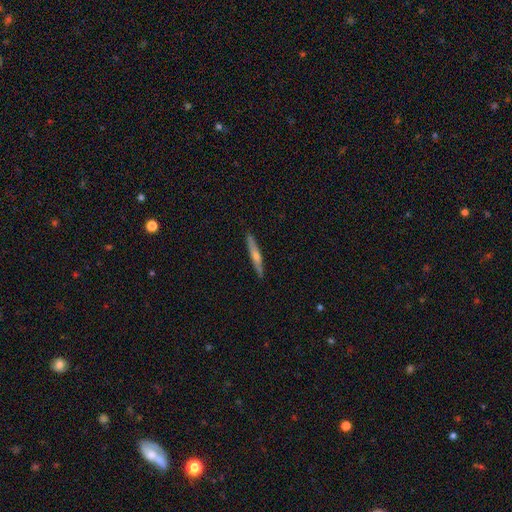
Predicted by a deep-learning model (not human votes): Q: Smooth or featured?
A: featured or disk (65%); runner-up: smooth (28%)
Q: Edge-on disk?
A: yes (96%); runner-up: no (4%)
Q: Edge-on bulge?
A: rounded (81%); runner-up: none (14%)
Q: Merging?
A: none (90%); runner-up: minor disturbance (7%)